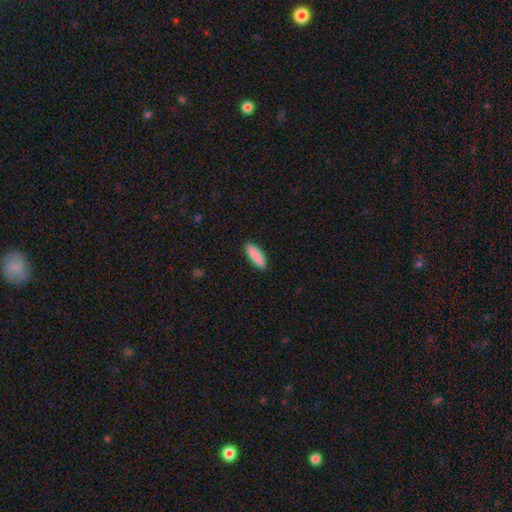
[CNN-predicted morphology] The model was most divided on "how rounded": cigar-shaped: 50%, in between: 48%, round: 2%. More confident: merging — none (90%); smooth or featured — smooth (90%).